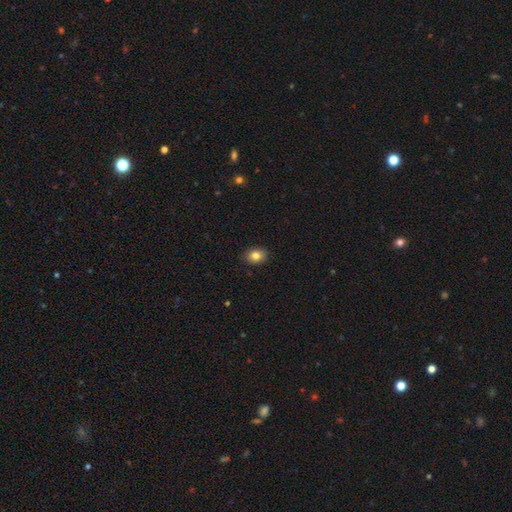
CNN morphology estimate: A smooth galaxy with no disk features (83%) that is in between round and cigar-shaped (62%). Merging: none (88%).